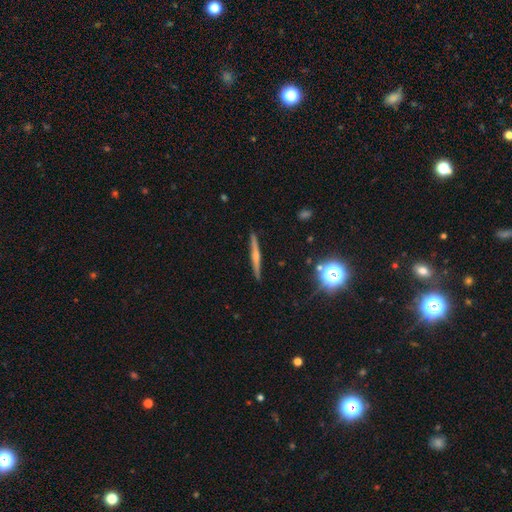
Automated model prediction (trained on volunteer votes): Morphology: type=featured or disk (64%); edge-on=yes (98%); edge-on bulge=rounded (71%); merging=none (91%).